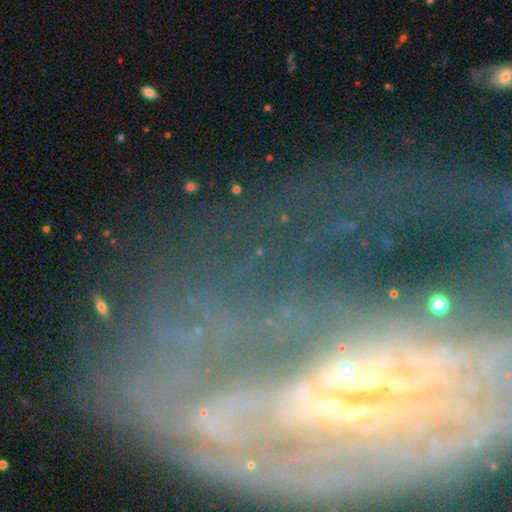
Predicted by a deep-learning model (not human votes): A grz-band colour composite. It shows a featured or disk galaxy (58%). Merging: none (61%).